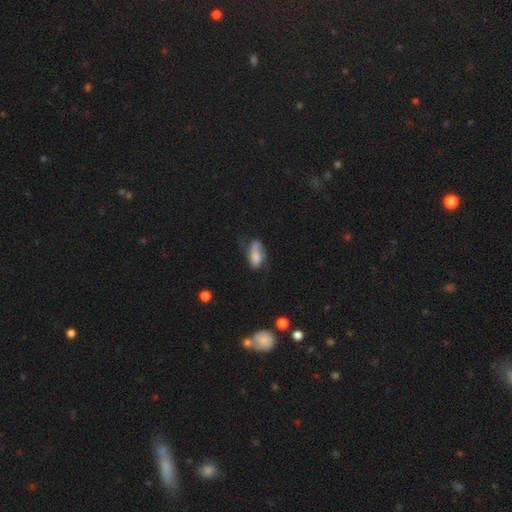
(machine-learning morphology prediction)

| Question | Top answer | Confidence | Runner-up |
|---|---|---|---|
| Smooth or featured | smooth | 47% | featured or disk (44%) |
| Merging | none | 40% | minor disturbance (29%) |